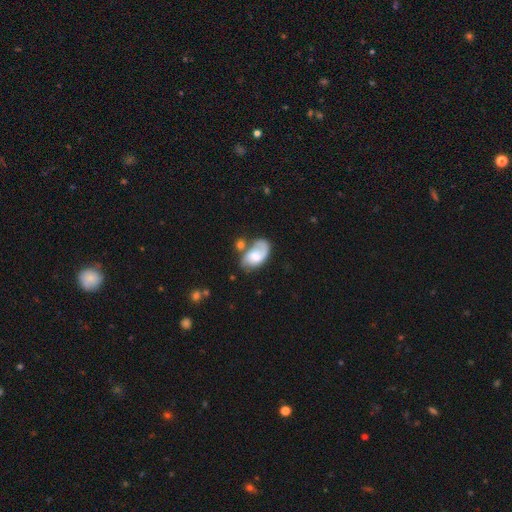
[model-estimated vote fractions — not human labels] Smooth or featured? featured or disk (56%)
Edge-on disk? no (96%)
Bar? no (57%)
Spiral arms? yes (85%)
Bulge size? moderate (41%)
Merging? none (41%)